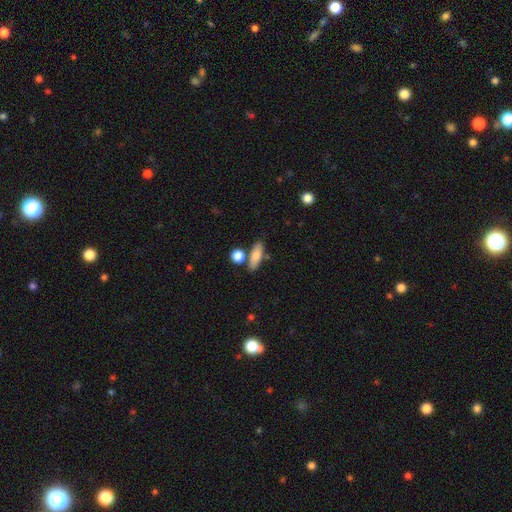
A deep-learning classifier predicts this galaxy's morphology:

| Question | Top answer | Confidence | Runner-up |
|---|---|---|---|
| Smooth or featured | smooth | 78% | featured or disk (15%) |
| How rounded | in between | 59% | cigar-shaped (33%) |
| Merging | none | 71% | merger (13%) |